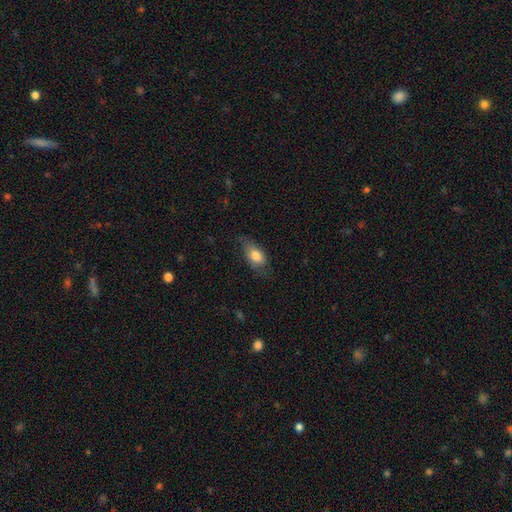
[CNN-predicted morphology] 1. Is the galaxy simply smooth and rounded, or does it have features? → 76% smooth, 16% featured or disk, 7% star or artifact.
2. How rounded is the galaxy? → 86% in between, 8% round, 6% cigar-shaped.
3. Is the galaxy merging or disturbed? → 61% none, 28% minor disturbance, 10% major disturbance, 1% merger.